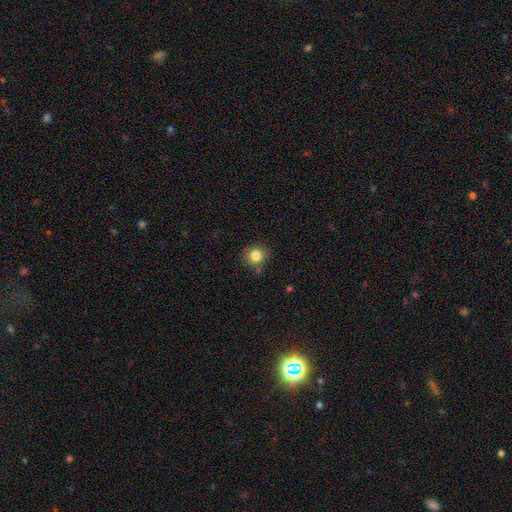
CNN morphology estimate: Overall: smooth (83%). How rounded: round (87%). Merging: none (80%).